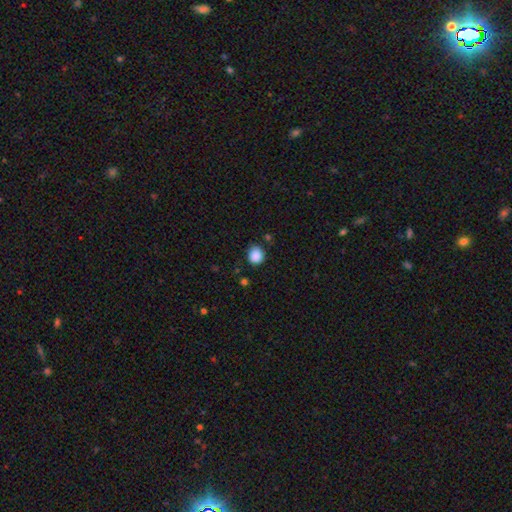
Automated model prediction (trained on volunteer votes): Smooth or featured? Predicted: smooth (p=0.88). How rounded? Predicted: round (p=0.78). Merging? Predicted: none (p=0.80).